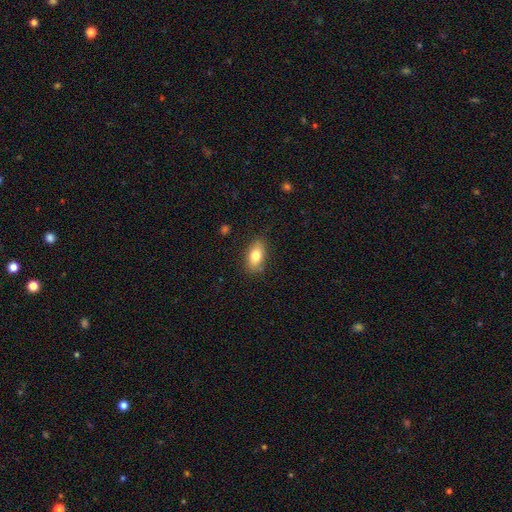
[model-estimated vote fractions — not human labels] Smooth or featured: smooth — 79% (featured or disk — 13%)
How rounded: in between — 88% (cigar-shaped — 6%)
Merging: none — 81% (minor disturbance — 14%)